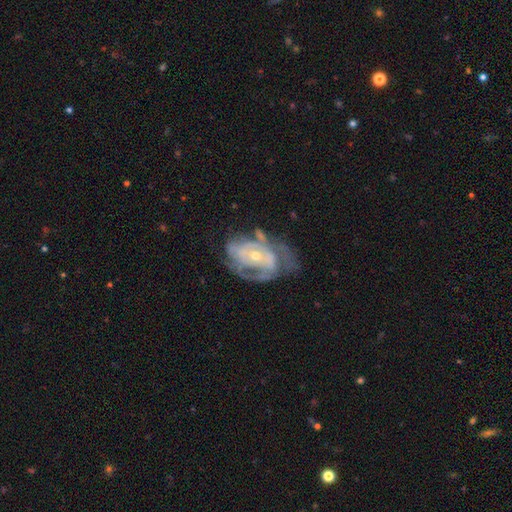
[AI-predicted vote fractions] Smooth or featured? Predicted: featured or disk (p=0.81). Edge-on disk? Predicted: no (p=0.96). Bar? Predicted: no (p=0.64). Spiral arms? Predicted: yes (p=0.77). Spiral winding? Predicted: tight (p=0.53). Spiral arm count? Predicted: can't tell (p=0.43). Bulge size? Predicted: small (p=0.56). Merging? Predicted: none (p=0.43).